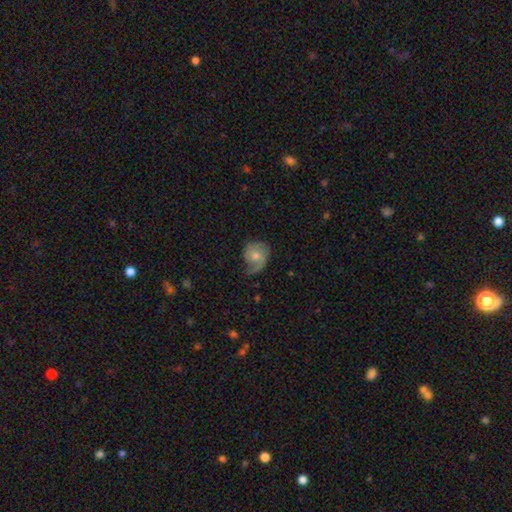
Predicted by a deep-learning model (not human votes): smooth-or-featured: featured or disk: 56% | smooth: 37% | star or artifact: 7%
  disk-edge-on: no: 97% | yes: 3%
    bar: no: 73% | weak: 24% | strong: 3%
    has-spiral-arms: yes: 86% | no: 14%
    bulge-size: moderate: 55% | small: 37% | large: 4% | none: 4% | dominant: 1%
  merging: none: 46% | minor disturbance: 31% | major disturbance: 22% | merger: 2%